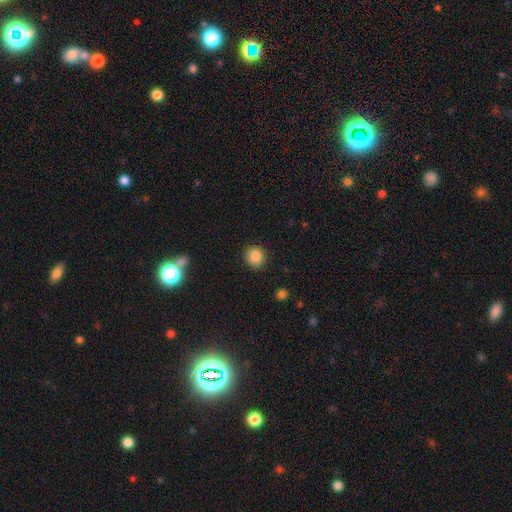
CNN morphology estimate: This is clearly a smooth galaxy (85%). How rounded: clearly round (89%). Merging: clearly none (89%).